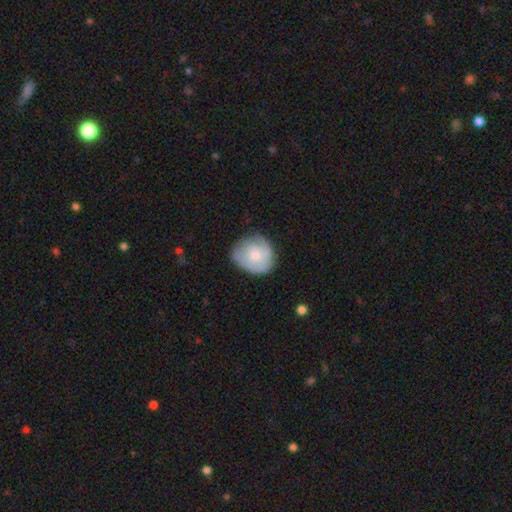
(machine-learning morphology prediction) Smooth or featured: featured or disk — 53% (smooth — 41%)
Edge-on disk: no — 98% (yes — 2%)
Bar: no — 79% (weak — 18%)
Spiral arms: yes — 81% (no — 19%)
Bulge size: small — 46% (moderate — 42%)
Merging: none — 70% (minor disturbance — 22%)